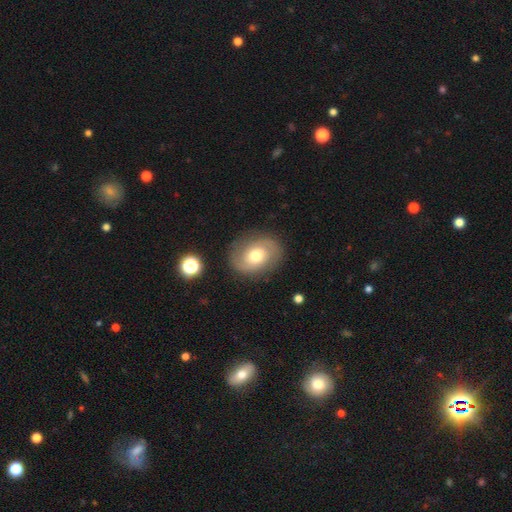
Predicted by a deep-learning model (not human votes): Smooth or featured? Predicted: featured or disk (p=0.55). Edge-on disk? Predicted: no (p=0.96). Bar? Predicted: no (p=0.71). Spiral arms? Predicted: yes (p=0.77). Bulge size? Predicted: moderate (p=0.72). Merging? Predicted: none (p=0.82).